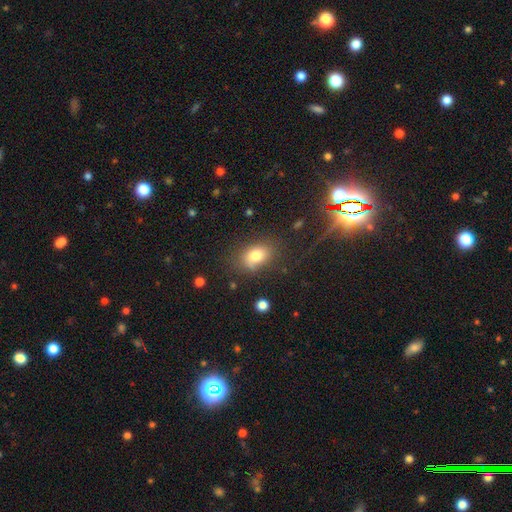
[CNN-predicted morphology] This appears to be a smooth galaxy with no disk features (78%) that is in between round and cigar-shaped (76%). Merging: none (68%).